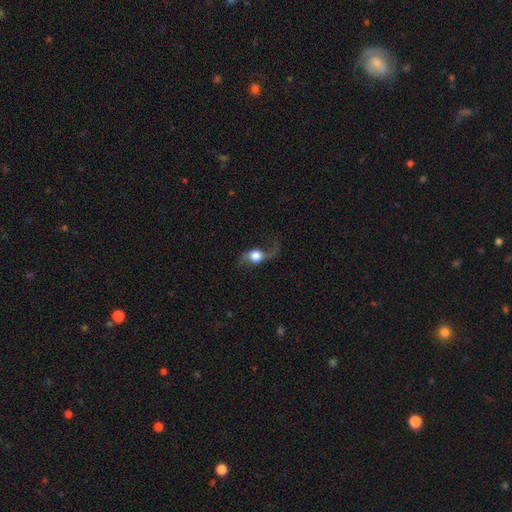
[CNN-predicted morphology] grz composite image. It shows a featured or disk galaxy (65%) with no bar (74%), spiral arms (88%) and a large central bulge (47%). Merging: none (63%).